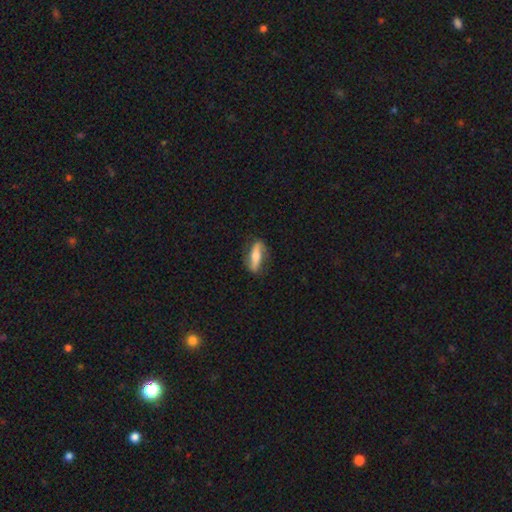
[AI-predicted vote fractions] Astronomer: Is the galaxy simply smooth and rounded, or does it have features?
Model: featured or disk — 59% (runner-up: smooth, 35%).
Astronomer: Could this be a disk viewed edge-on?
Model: no — 67%.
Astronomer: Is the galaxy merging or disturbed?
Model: none — 77%.